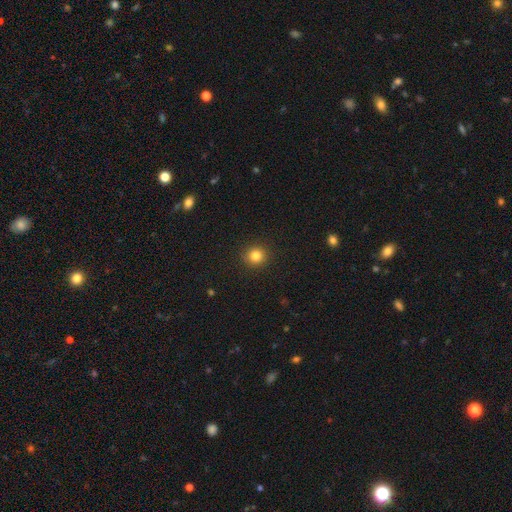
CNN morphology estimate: Smooth or featured?
  - smooth: 83% *
  - star or artifact: 12%
  - featured or disk: 5%
How rounded?
  - round: 91% *
  - in between: 8%
  - cigar-shaped: 1%
Merging?
  - none: 91% *
  - minor disturbance: 6%
  - major disturbance: 2%
  - merger: 1%